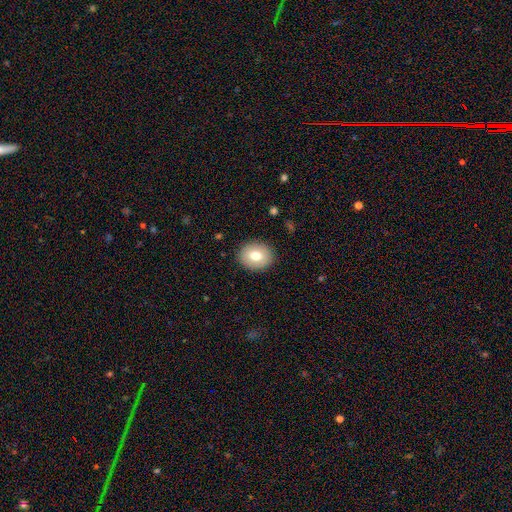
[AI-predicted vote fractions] A smooth galaxy with no disk features (75%) that is round (65%).

Vote fractions:
- Smooth or featured? smooth: 75% / featured or disk: 17% / star or artifact: 8%
- How rounded? round: 65% / in between: 34% / cigar-shaped: 1%
- Merging? none: 89% / minor disturbance: 8% / major disturbance: 2% / merger: 1%